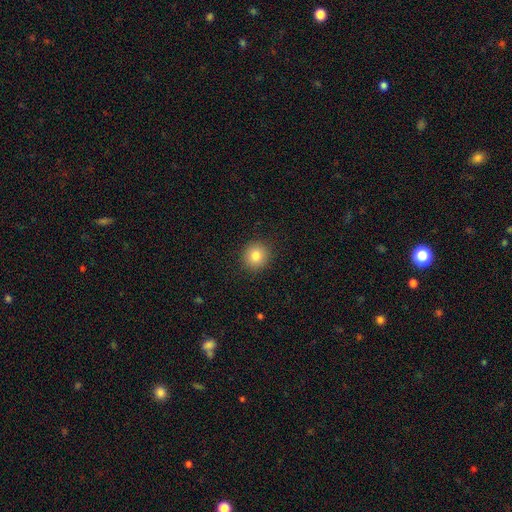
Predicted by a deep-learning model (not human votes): Smooth or featured: smooth — 82% (star or artifact — 11%)
How rounded: round — 91% (in between — 8%)
Merging: none — 91% (minor disturbance — 6%)